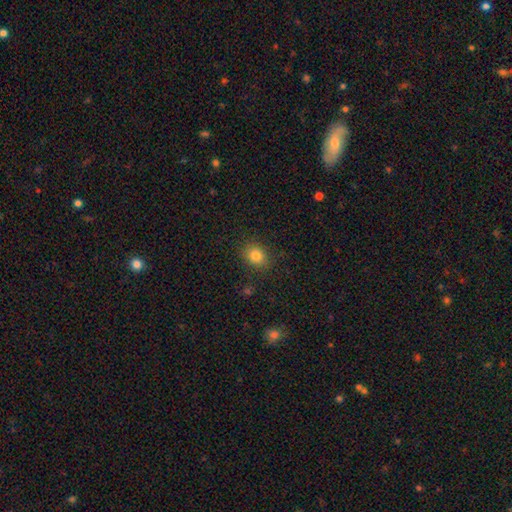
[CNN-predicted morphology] This appears to be a smooth galaxy with no disk features (83%) that is round (56%). Merging: none (85%).